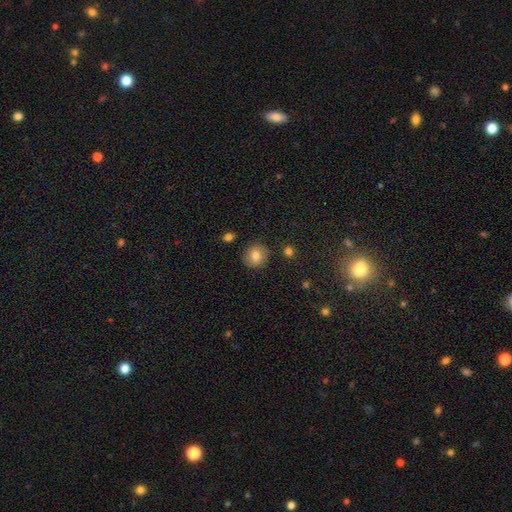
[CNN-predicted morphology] A smooth galaxy with no disk features (79%) that is round (85%). Merging: none (87%).